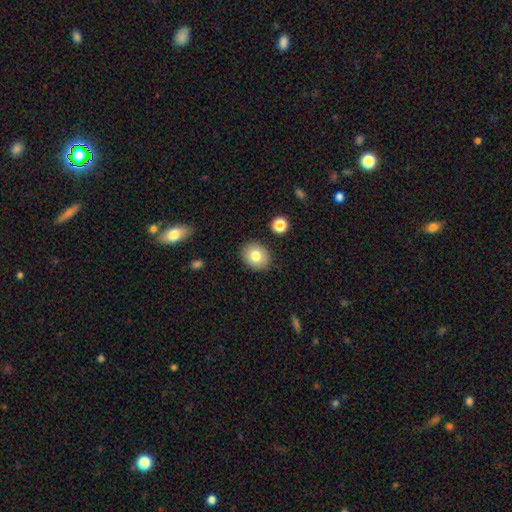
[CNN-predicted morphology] Smooth or featured: smooth — 79% (featured or disk — 12%)
How rounded: round — 64% (in between — 35%)
Merging: none — 88% (minor disturbance — 8%)